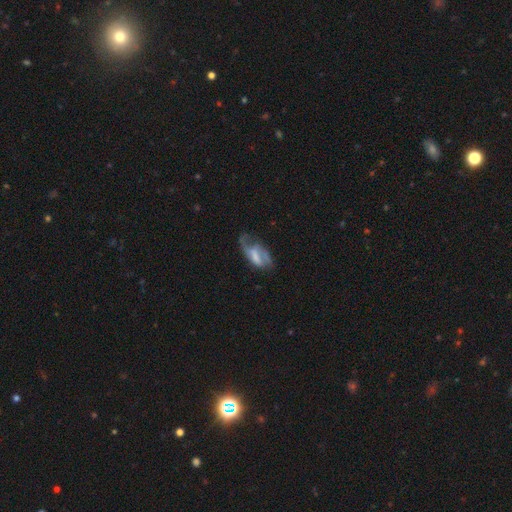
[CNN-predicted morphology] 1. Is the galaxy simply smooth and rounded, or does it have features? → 55% featured or disk, 36% smooth, 9% star or artifact.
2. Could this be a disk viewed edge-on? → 92% no, 8% yes.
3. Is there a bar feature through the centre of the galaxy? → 38% weak, 37% no, 26% strong.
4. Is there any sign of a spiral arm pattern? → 63% yes, 37% no.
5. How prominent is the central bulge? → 40% none, 23% moderate, 22% small, 12% large, 2% dominant.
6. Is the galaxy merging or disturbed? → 37% major disturbance, 32% none, 26% minor disturbance, 4% merger.